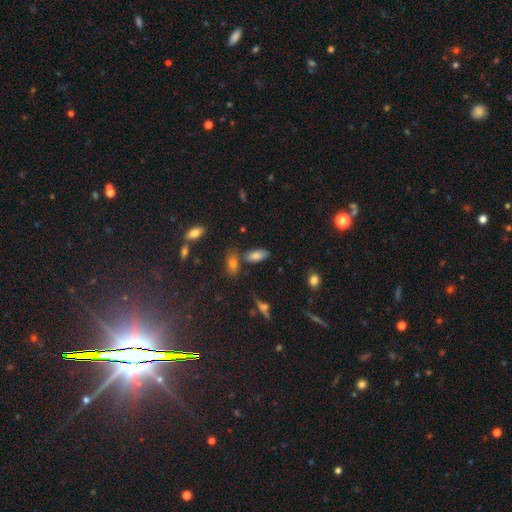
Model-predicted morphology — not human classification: Smooth or featured?
  - smooth: 78% *
  - featured or disk: 11%
  - star or artifact: 11%
How rounded?
  - in between: 88% *
  - cigar-shaped: 8%
  - round: 3%
Merging?
  - none: 72% *
  - minor disturbance: 13%
  - merger: 11%
  - major disturbance: 4%